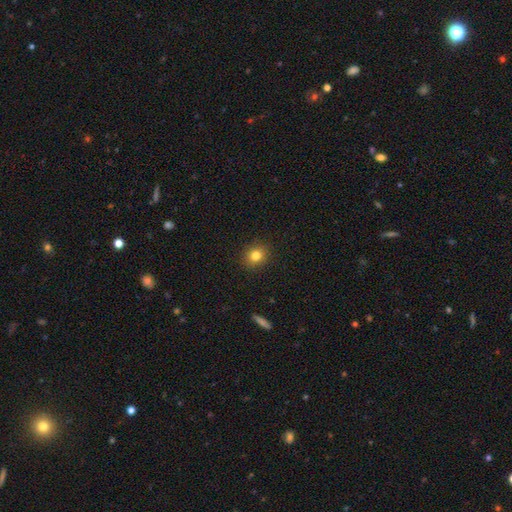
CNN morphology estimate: smooth 80%, star or artifact 12%, featured or disk 8%. Down the decision tree: how rounded — round (78%); merging — none (90%).